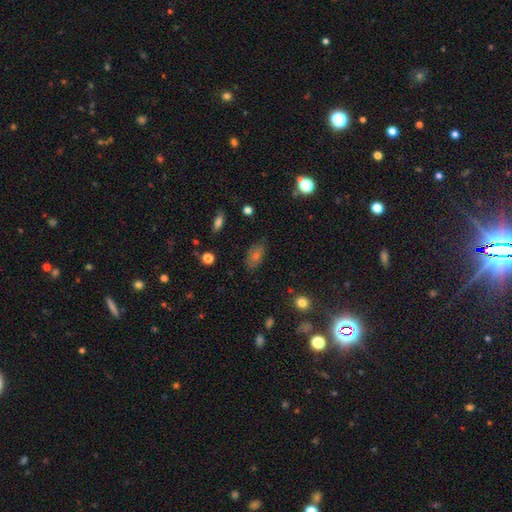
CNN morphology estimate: smooth-or-featured: smooth: 55% | star or artifact: 24% | featured or disk: 21%
  how-rounded: in between: 84% | round: 10% | cigar-shaped: 5%
  merging: none: 78% | minor disturbance: 16% | major disturbance: 4% | merger: 2%